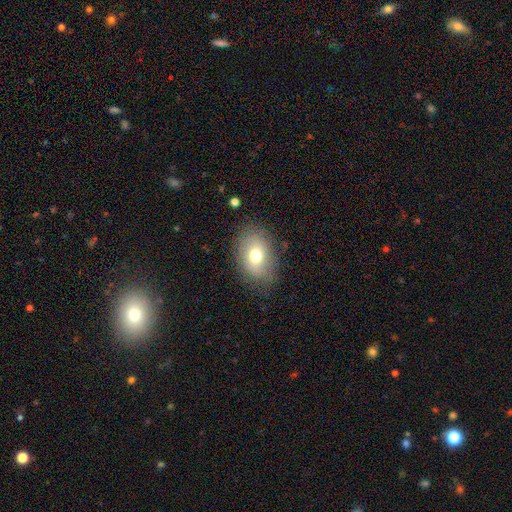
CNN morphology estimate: smooth-or-featured: smooth: 71% | featured or disk: 19% | star or artifact: 10%
  how-rounded: in between: 79% | round: 20% | cigar-shaped: 1%
  merging: none: 79% | minor disturbance: 15% | major disturbance: 5% | merger: 1%